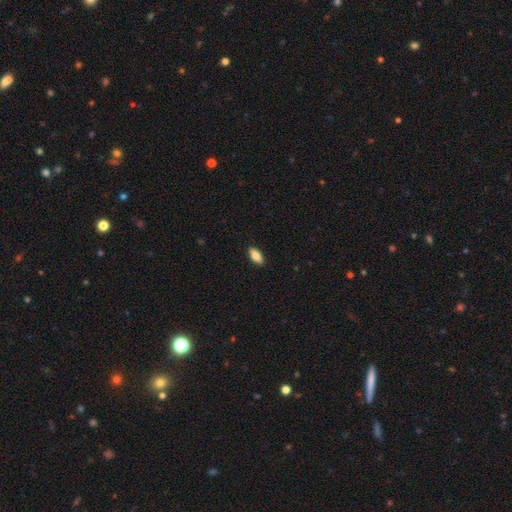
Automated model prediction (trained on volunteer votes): smooth-or-featured: smooth: 84% | featured or disk: 9% | star or artifact: 6%
  how-rounded: in between: 89% | cigar-shaped: 9% | round: 2%
  merging: none: 90% | minor disturbance: 8% | major disturbance: 2% | merger: 1%